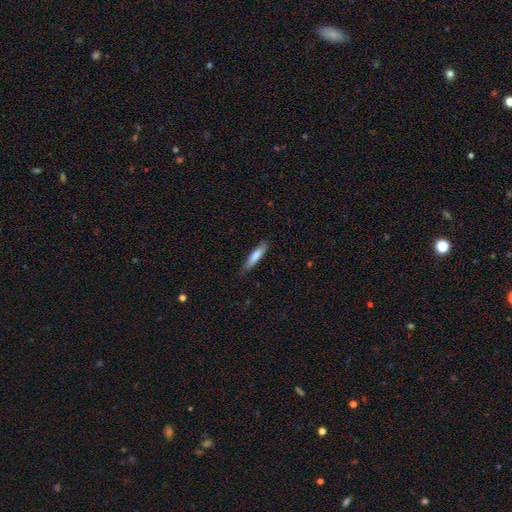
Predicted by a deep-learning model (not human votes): smooth 76%, featured or disk 19%, star or artifact 5%. Down the decision tree: how rounded — cigar-shaped (82%); merging — none (81%).